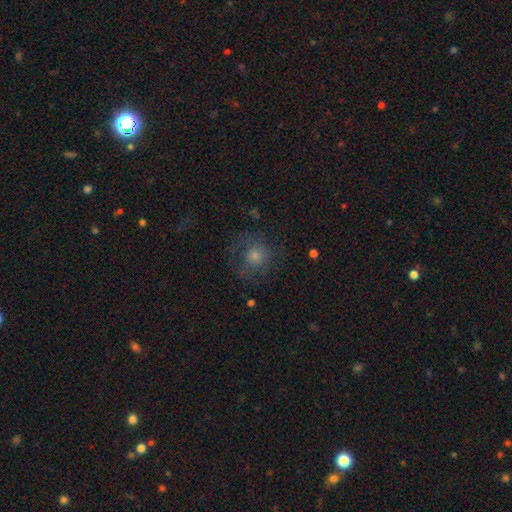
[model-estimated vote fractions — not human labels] This appears to be a smooth galaxy with no disk features (46%). Merging: none (67%).